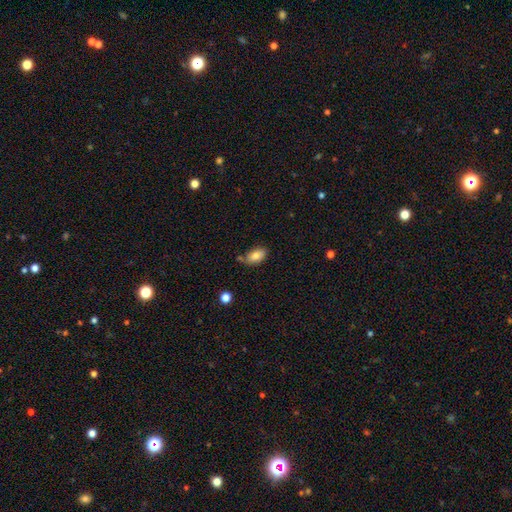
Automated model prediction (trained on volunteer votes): smooth-or-featured: smooth: 81% | featured or disk: 11% | star or artifact: 8%
  how-rounded: in between: 92% | round: 5% | cigar-shaped: 3%
  merging: none: 68% | minor disturbance: 20% | merger: 8% | major disturbance: 4%